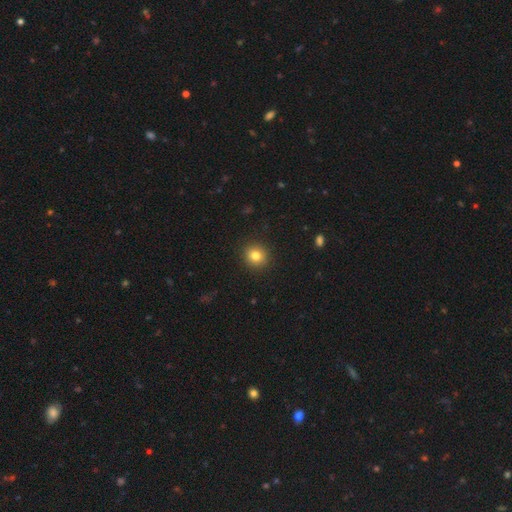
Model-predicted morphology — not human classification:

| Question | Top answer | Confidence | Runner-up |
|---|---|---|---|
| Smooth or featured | smooth | 81% | star or artifact (12%) |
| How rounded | round | 88% | in between (11%) |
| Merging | none | 92% | minor disturbance (5%) |